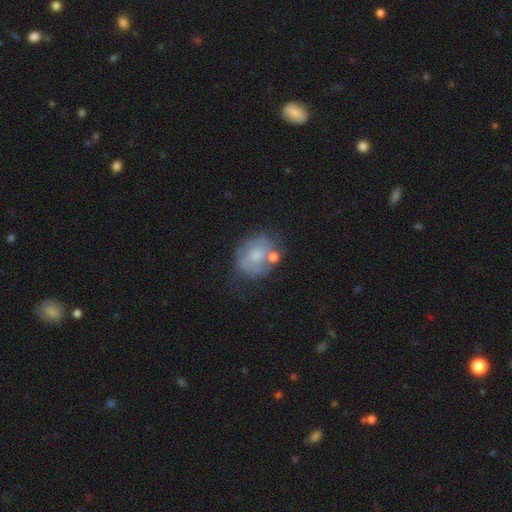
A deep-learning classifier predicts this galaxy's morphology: A featured or disk galaxy (52%) with no bar (75%), no spiral arms (51%) and a moderate central bulge (41%). Merging: none (48%).